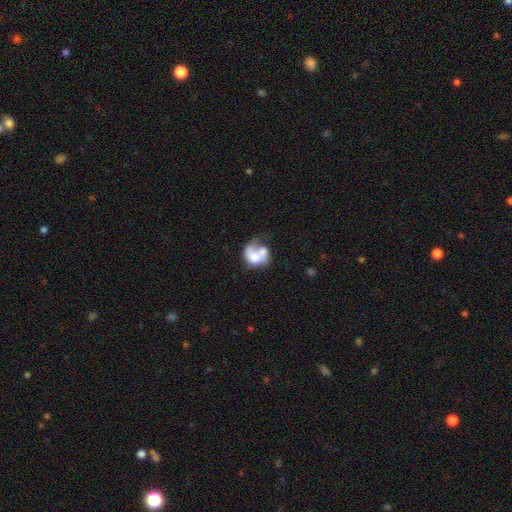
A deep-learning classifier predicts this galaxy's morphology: This appears to be a smooth galaxy with no disk features (53%) that is in between round and cigar-shaped (55%). Merging: merger (50%).